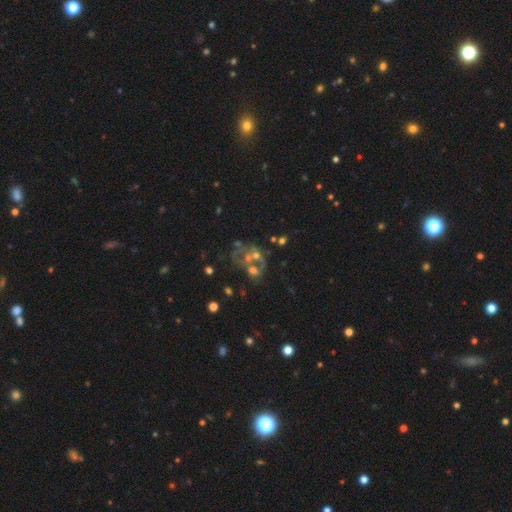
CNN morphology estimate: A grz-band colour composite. It shows a featured or disk galaxy (54%) with no bar (91%), no spiral arms (85%) and no central bulge (40%). Merging: merger (41%).